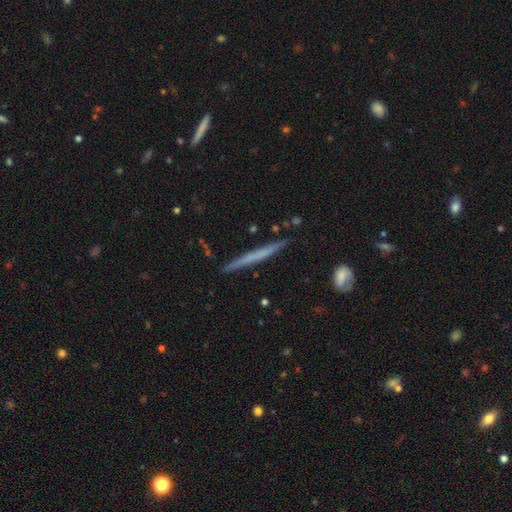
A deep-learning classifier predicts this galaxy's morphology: Q: Smooth or featured?
A: featured or disk (50%); runner-up: smooth (44%)
Q: Merging?
A: none (89%); runner-up: minor disturbance (8%)